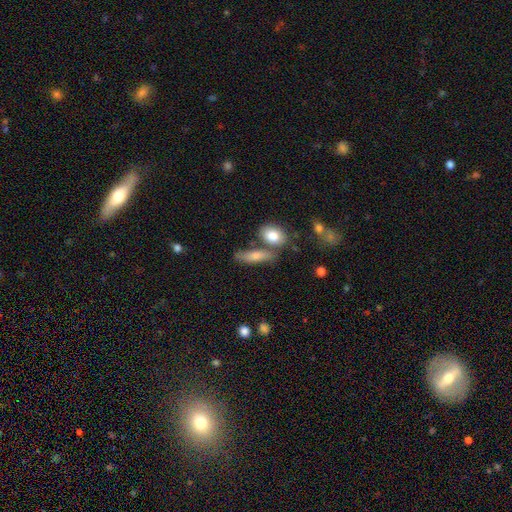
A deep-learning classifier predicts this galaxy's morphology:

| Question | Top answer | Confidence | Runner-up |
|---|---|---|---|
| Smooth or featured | smooth | 74% | featured or disk (18%) |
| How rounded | in between | 51% | cigar-shaped (43%) |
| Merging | none | 59% | merger (21%) |